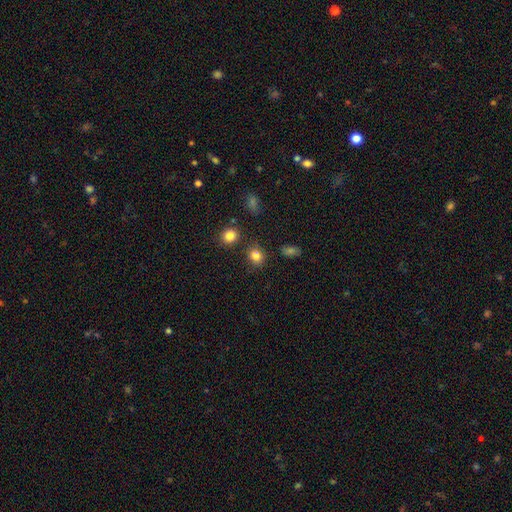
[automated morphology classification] smooth 82%, star or artifact 13%, featured or disk 5%. Down the decision tree: how rounded — round (72%); merging — none (81%).